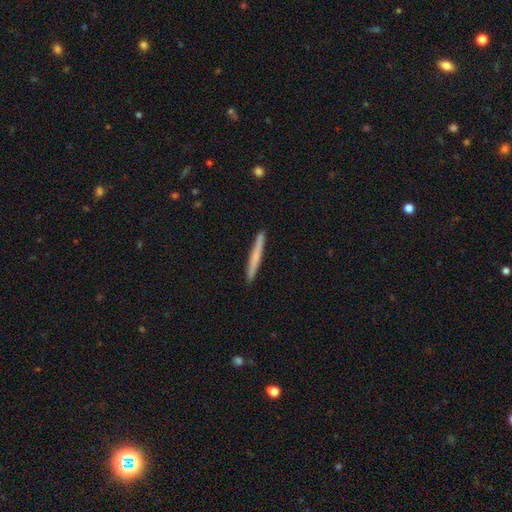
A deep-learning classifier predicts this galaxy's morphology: Smooth or featured: smooth — 60% (featured or disk — 34%)
How rounded: cigar-shaped — 97% (in between — 2%)
Merging: none — 92% (minor disturbance — 6%)